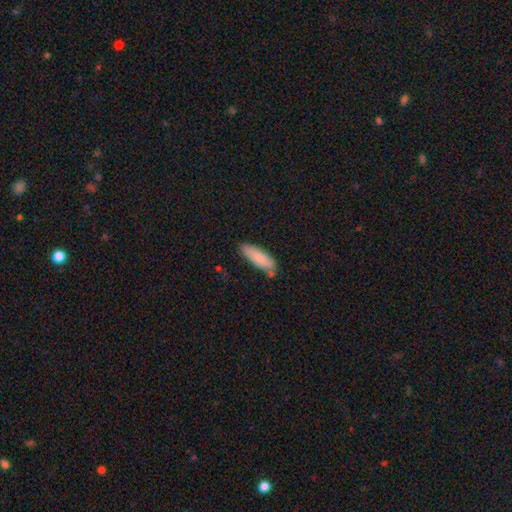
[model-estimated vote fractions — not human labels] Smooth or featured?
  - smooth: 84% *
  - featured or disk: 10%
  - star or artifact: 6%
How rounded?
  - cigar-shaped: 50% *
  - in between: 48%
  - round: 2%
Merging?
  - none: 75% *
  - minor disturbance: 17%
  - merger: 5%
  - major disturbance: 3%